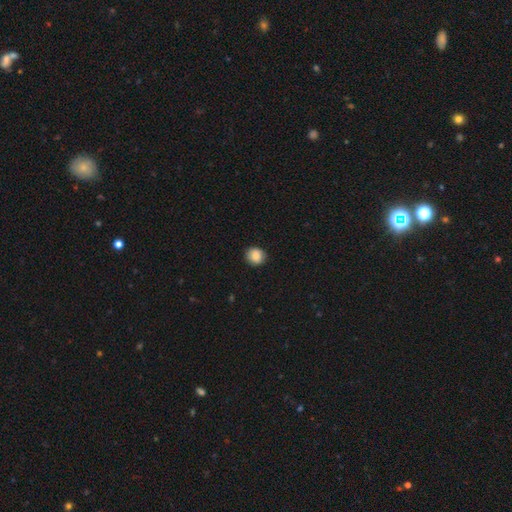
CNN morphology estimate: This is clearly a smooth galaxy (87%). How rounded: clearly round (82%). Merging: clearly none (86%).